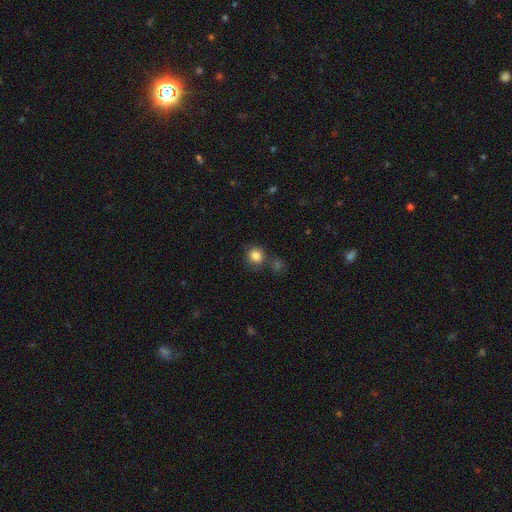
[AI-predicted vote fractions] The model was most divided on "merging": none: 68%, merger: 15%, minor disturbance: 12%, major disturbance: 5%. More confident: how rounded — round (85%); smooth or featured — smooth (84%).